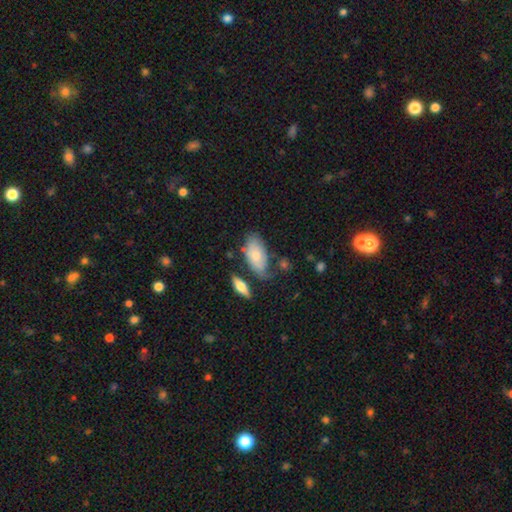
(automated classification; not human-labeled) Q: Smooth or featured?
A: smooth (70%); runner-up: featured or disk (24%)
Q: How rounded?
A: in between (93%); runner-up: cigar-shaped (4%)
Q: Merging?
A: none (54%); runner-up: minor disturbance (27%)